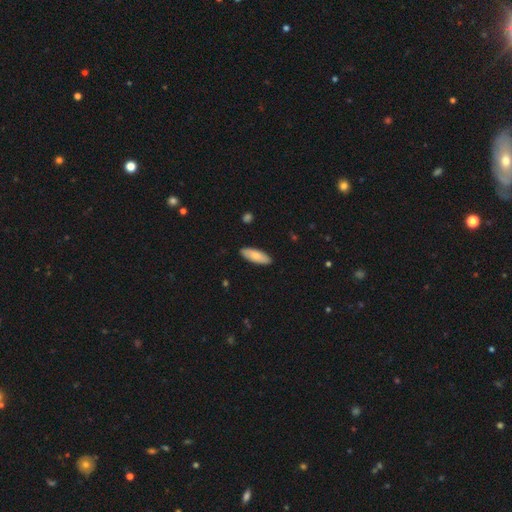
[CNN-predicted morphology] smooth 81%, featured or disk 14%, star or artifact 5%. Down the decision tree: how rounded — in between (64%); merging — none (89%).